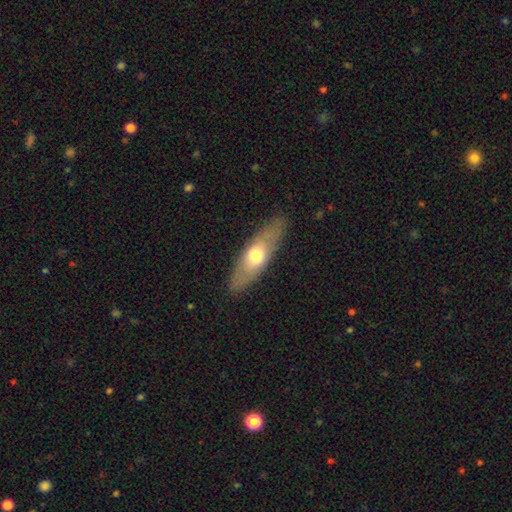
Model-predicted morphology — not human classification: smooth-or-featured: smooth: 55% | featured or disk: 39% | star or artifact: 6%
  how-rounded: cigar-shaped: 49% | in between: 48% | round: 3%
  merging: none: 85% | minor disturbance: 10% | major disturbance: 3% | merger: 1%